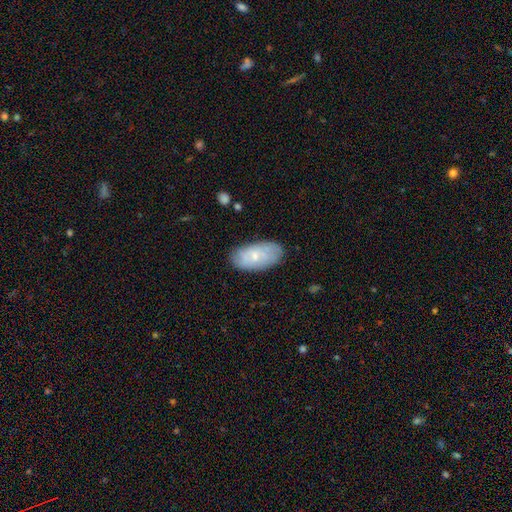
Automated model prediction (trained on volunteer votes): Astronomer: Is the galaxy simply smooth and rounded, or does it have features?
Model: smooth — 59%.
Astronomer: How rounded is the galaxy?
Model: in between — 94%.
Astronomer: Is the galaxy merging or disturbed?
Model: none — 78%.